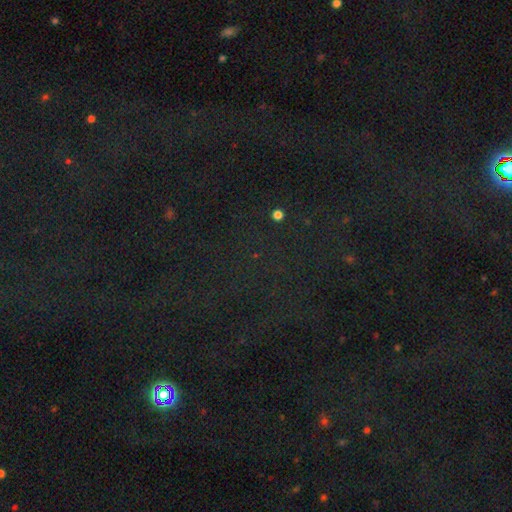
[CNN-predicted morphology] Overall: star or artifact (78%).